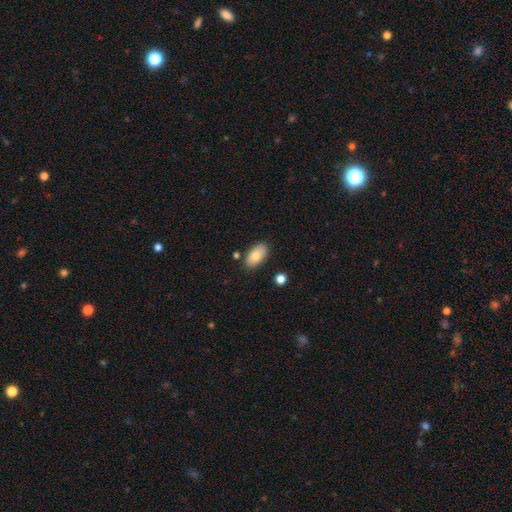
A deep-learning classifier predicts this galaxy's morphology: Smooth or featured?
  - smooth: 81% *
  - featured or disk: 12%
  - star or artifact: 7%
How rounded?
  - in between: 94% *
  - round: 4%
  - cigar-shaped: 3%
Merging?
  - none: 83% *
  - minor disturbance: 11%
  - merger: 3%
  - major disturbance: 2%